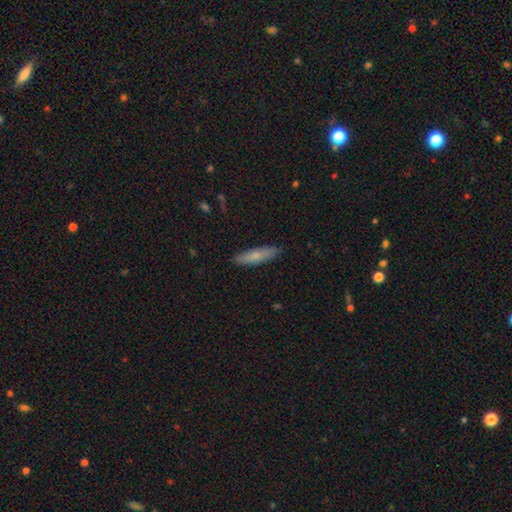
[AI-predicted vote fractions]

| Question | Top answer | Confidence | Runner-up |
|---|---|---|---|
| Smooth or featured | smooth | 73% | featured or disk (21%) |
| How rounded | cigar-shaped | 77% | in between (22%) |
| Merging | none | 87% | minor disturbance (10%) |